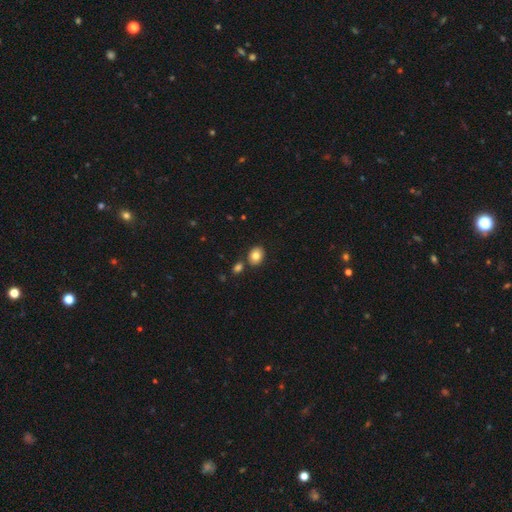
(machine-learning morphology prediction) Smooth or featured?
  - smooth: 82% *
  - featured or disk: 9%
  - star or artifact: 9%
How rounded?
  - in between: 63% *
  - round: 36%
  - cigar-shaped: 1%
Merging?
  - none: 78% *
  - merger: 10%
  - minor disturbance: 9%
  - major disturbance: 2%